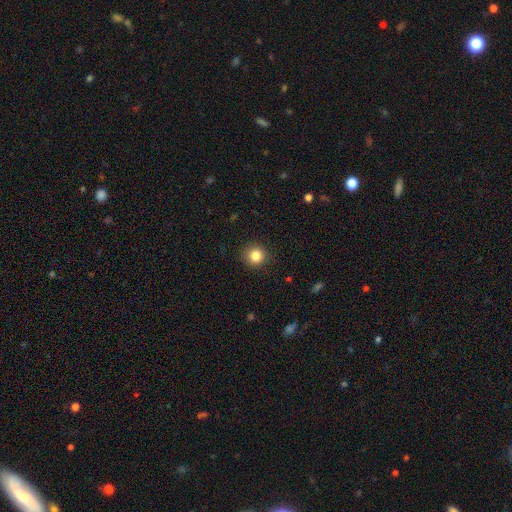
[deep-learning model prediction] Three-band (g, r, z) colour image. It shows a smooth galaxy with no disk features (84%) that is round (91%). Merging: none (90%).